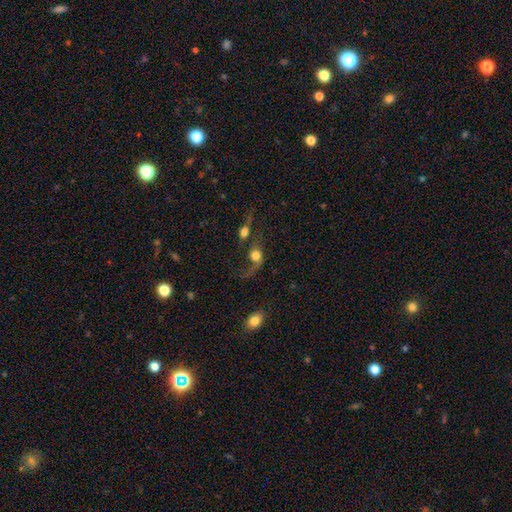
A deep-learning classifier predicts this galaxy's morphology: A smooth galaxy with no disk features (49%). Merging: merger (39%).